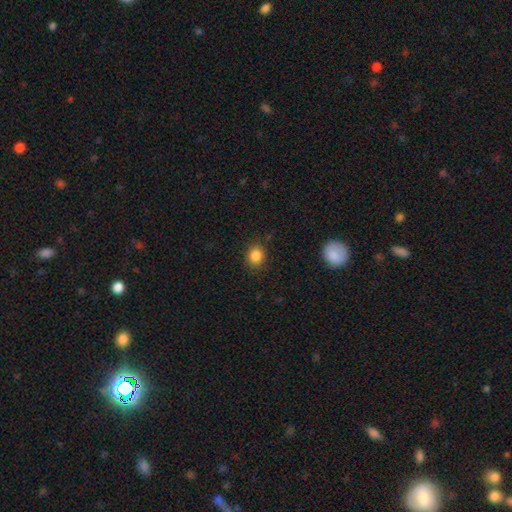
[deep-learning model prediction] smooth_or_featured: smooth (p=0.86) [alt: star or artifact p=0.10]
how_rounded: round (p=0.63) [alt: in between p=0.36]
merging: none (p=0.86) [alt: minor disturbance p=0.10]